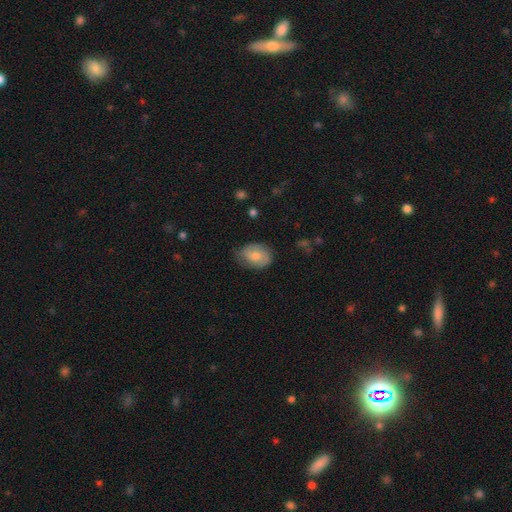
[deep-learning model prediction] smooth-or-featured: smooth: 62% | featured or disk: 31% | star or artifact: 7%
  how-rounded: in between: 73% | round: 25% | cigar-shaped: 1%
  merging: none: 67% | minor disturbance: 25% | major disturbance: 6% | merger: 1%